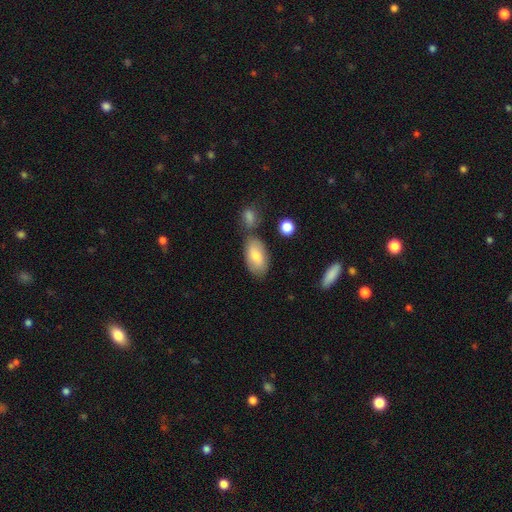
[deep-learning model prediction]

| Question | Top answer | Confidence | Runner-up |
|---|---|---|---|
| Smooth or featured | smooth | 74% | featured or disk (19%) |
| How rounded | in between | 93% | round (4%) |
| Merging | none | 65% | minor disturbance (17%) |